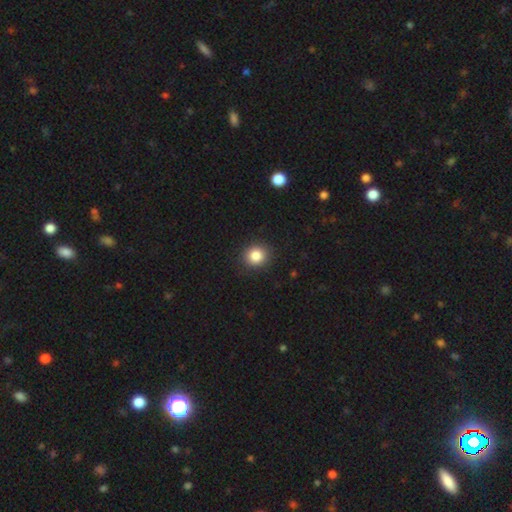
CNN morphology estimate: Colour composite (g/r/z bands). It shows a smooth galaxy with no disk features (85%) that is round (86%). Merging: none (90%).